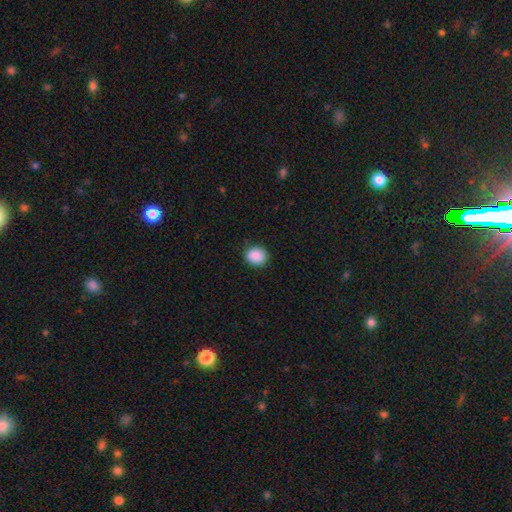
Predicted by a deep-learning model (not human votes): Smooth or featured?
  - smooth: 89% *
  - star or artifact: 8%
  - featured or disk: 2%
How rounded?
  - round: 65% *
  - in between: 34%
  - cigar-shaped: 1%
Merging?
  - none: 87% *
  - minor disturbance: 10%
  - major disturbance: 2%
  - merger: 1%